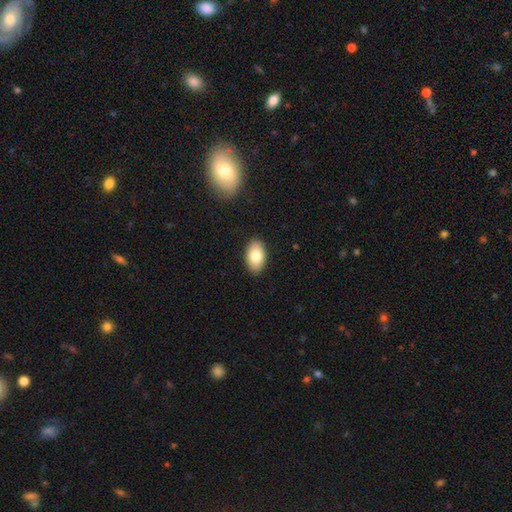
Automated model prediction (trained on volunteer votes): Overall: smooth (82%). How rounded: in between (93%). Merging: none (89%).